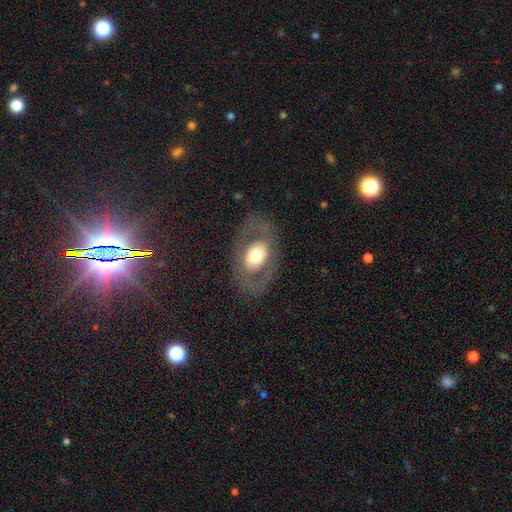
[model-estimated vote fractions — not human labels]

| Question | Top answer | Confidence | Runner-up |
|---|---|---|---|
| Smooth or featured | featured or disk | 49% | smooth (44%) |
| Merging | none | 77% | minor disturbance (12%) |